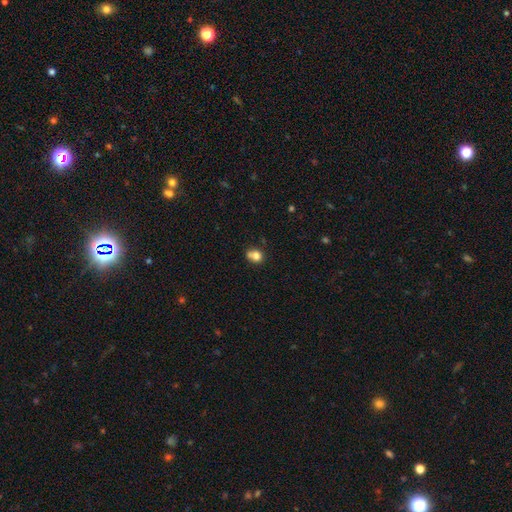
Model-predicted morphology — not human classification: This is likely a smooth galaxy (77%). How rounded: likely round (69%). Merging: possibly none (47%).